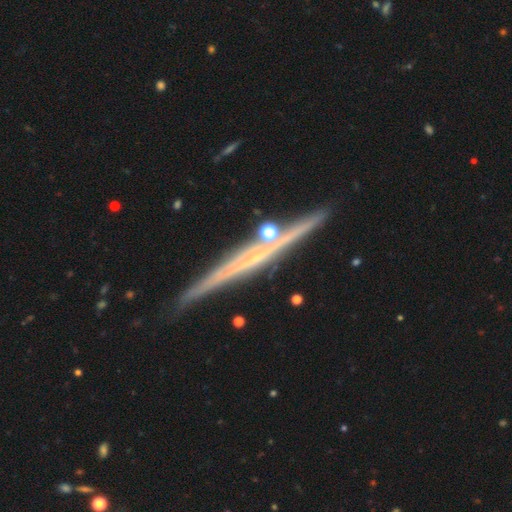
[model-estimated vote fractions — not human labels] A featured or disk galaxy (78%) viewed edge-on (97%) with no central bulge (63%). Merging: none (83%).